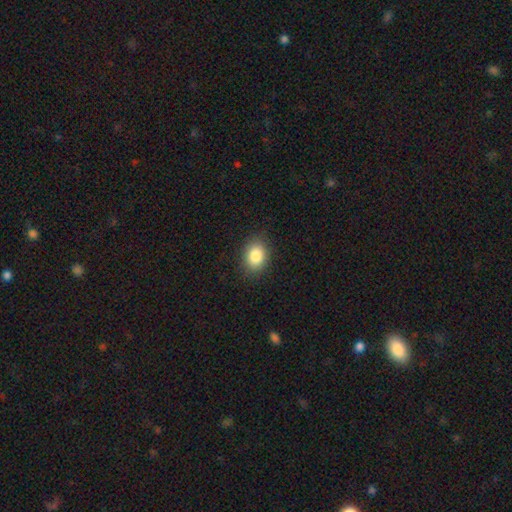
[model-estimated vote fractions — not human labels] Smooth or featured: smooth — 86% (star or artifact — 9%)
How rounded: in between — 68% (round — 31%)
Merging: none — 87% (minor disturbance — 10%)